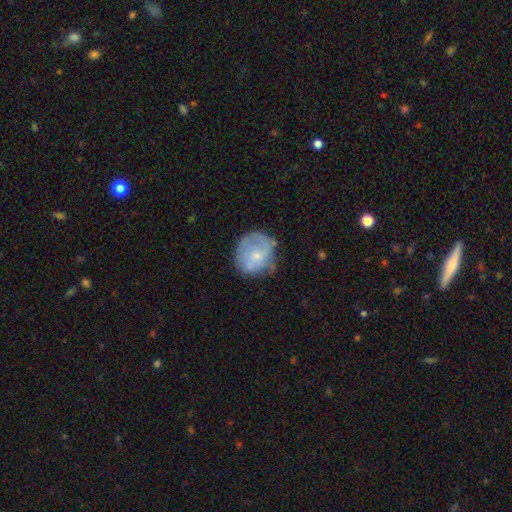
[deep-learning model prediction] featured or disk 47%, smooth 45%, star or artifact 7%. Down the decision tree: merging — none (57%).